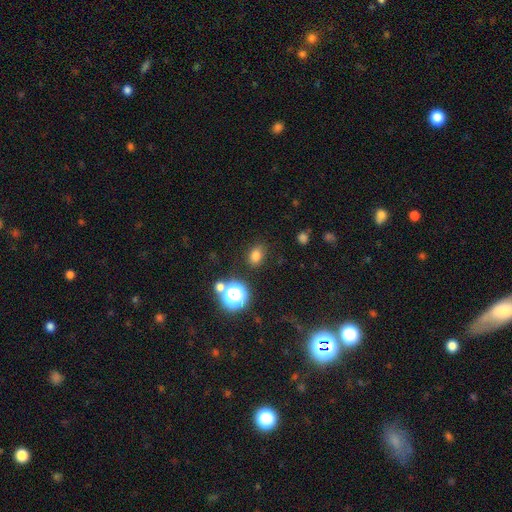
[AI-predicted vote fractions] smooth-or-featured: smooth: 76% | star or artifact: 18% | featured or disk: 7%
  how-rounded: in between: 61% | round: 38% | cigar-shaped: 1%
  merging: none: 82% | minor disturbance: 11% | major disturbance: 4% | merger: 3%